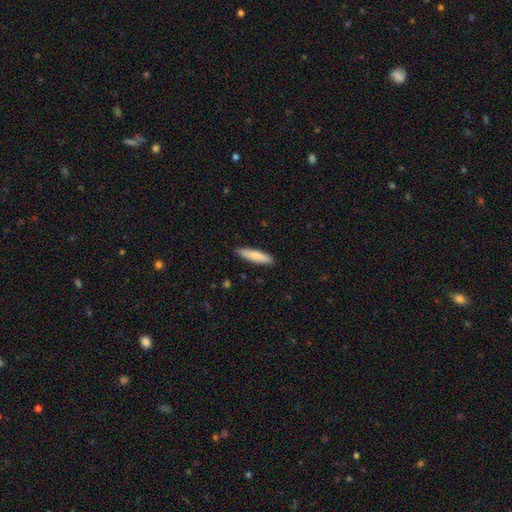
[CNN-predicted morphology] type=smooth (80%); roundness=cigar-shaped (79%); merging=none (89%).